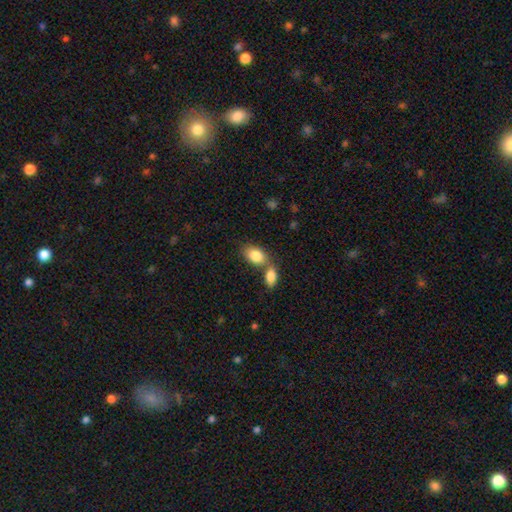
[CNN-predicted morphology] type=smooth (84%); roundness=in between (88%); merging=merger (45%).